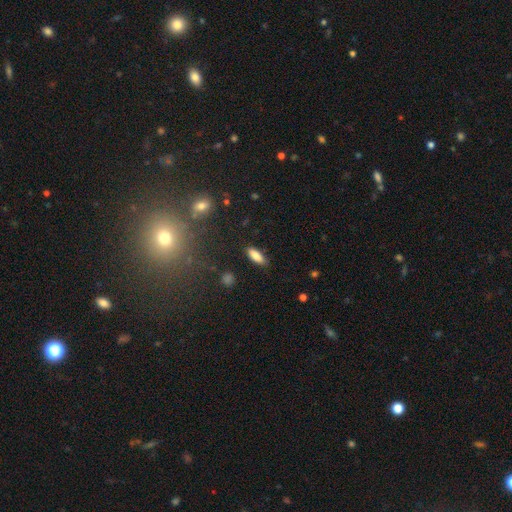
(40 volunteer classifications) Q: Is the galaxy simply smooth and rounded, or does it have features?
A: smooth — 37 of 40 (92%).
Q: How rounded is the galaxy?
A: in between — 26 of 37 (70%).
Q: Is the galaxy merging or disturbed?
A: none — 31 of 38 (82%).